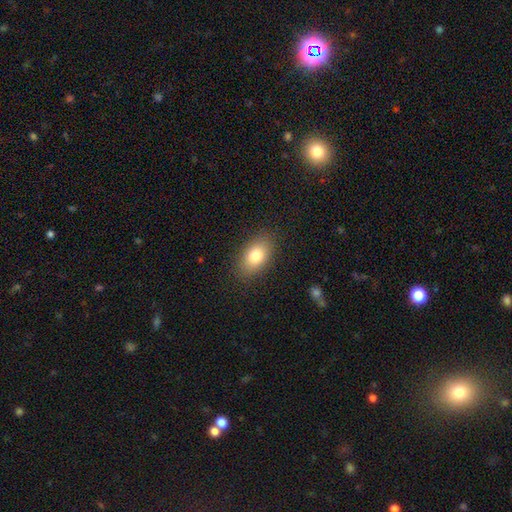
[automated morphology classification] The model was most divided on "smooth or featured": smooth: 80%, featured or disk: 12%, star or artifact: 9%. More confident: how rounded — in between (88%); merging — none (87%).